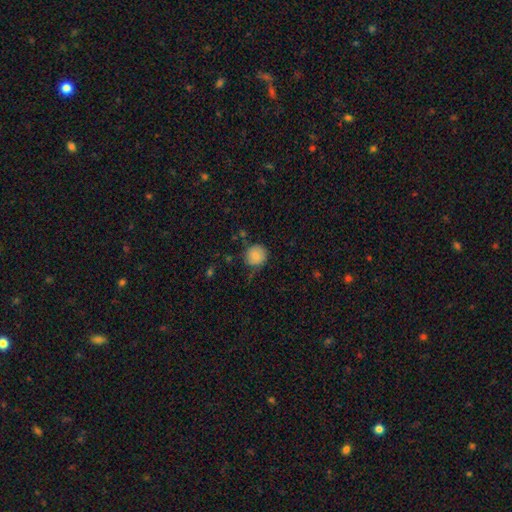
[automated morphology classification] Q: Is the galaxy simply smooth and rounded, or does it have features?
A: smooth — 80%.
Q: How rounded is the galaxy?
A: round — 86%.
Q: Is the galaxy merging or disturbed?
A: none — 66%.